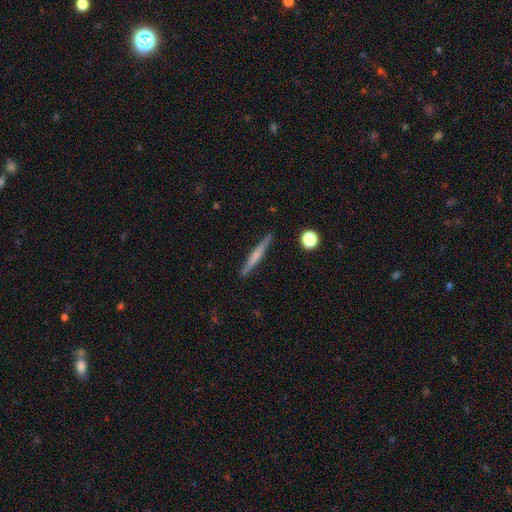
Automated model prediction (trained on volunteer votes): Q: Smooth or featured?
A: featured or disk (51%); runner-up: smooth (42%)
Q: Edge-on disk?
A: yes (97%); runner-up: no (3%)
Q: Merging?
A: none (90%); runner-up: minor disturbance (7%)